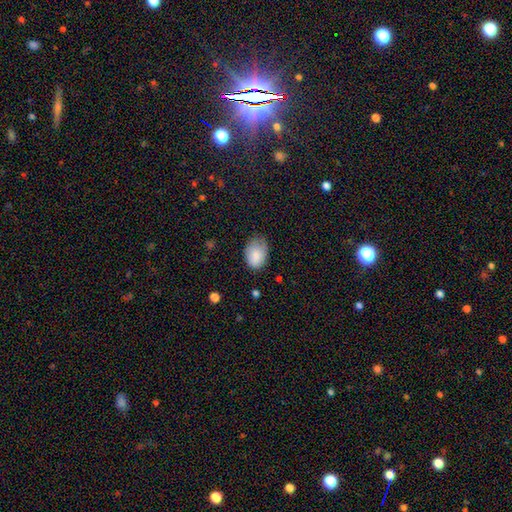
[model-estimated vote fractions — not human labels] Smooth or featured? smooth (85%)
How rounded? in between (79%)
Merging? none (60%)